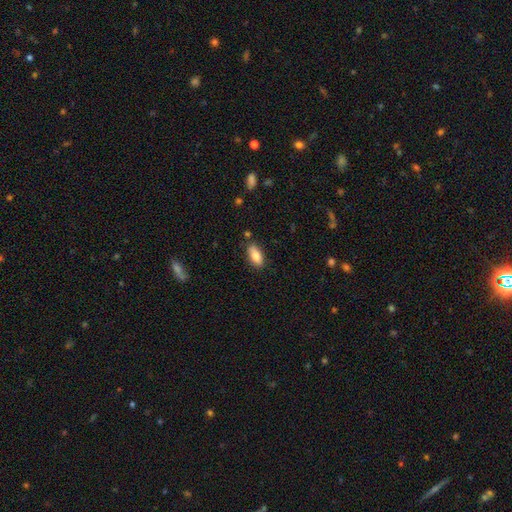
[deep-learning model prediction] This is clearly a smooth galaxy (82%). How rounded: clearly in between (85%). Merging: clearly none (83%).